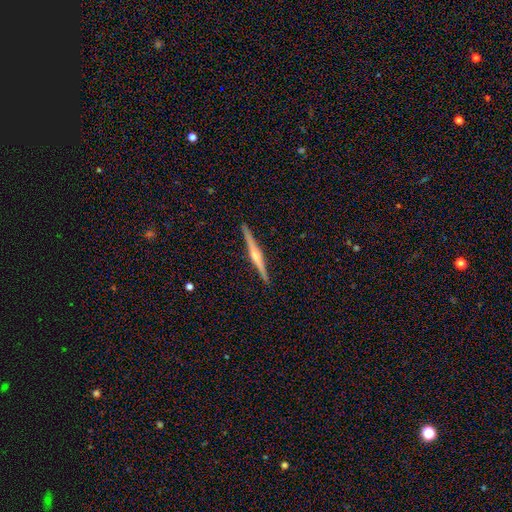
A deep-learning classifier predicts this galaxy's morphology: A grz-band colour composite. It shows a featured or disk galaxy (78%) viewed edge-on (99%) with a rounded central bulge (78%). Merging: none (92%).